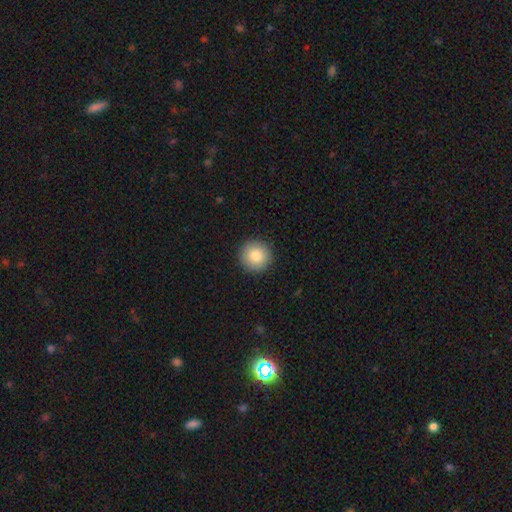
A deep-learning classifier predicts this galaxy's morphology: Smooth or featured? Predicted: smooth (p=0.83). How rounded? Predicted: round (p=0.95). Merging? Predicted: none (p=0.92).